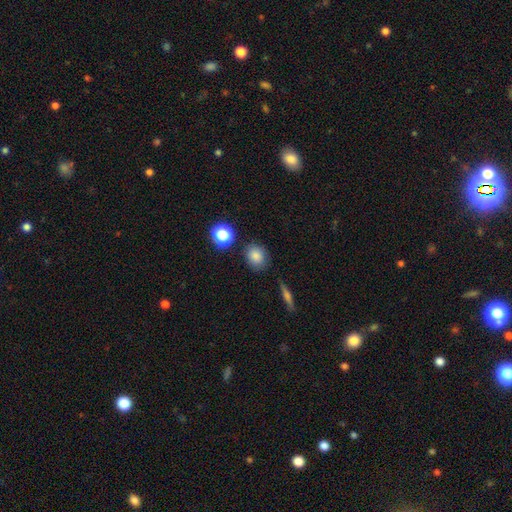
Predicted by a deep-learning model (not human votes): This appears to be a smooth galaxy with no disk features (82%) that is round (64%). Merging: none (81%).